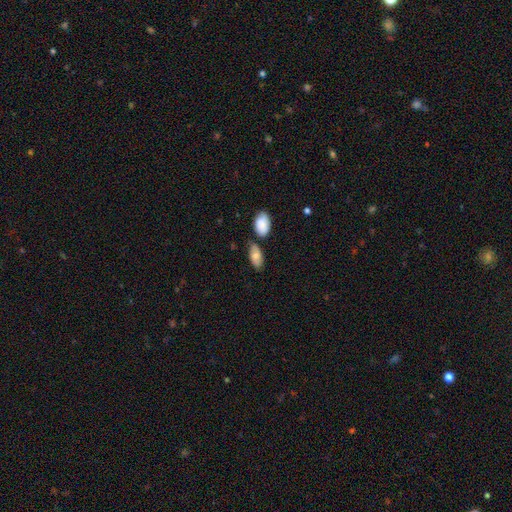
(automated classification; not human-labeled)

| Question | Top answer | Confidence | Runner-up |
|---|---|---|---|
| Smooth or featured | smooth | 77% | featured or disk (16%) |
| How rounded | in between | 92% | cigar-shaped (5%) |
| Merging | none | 63% | minor disturbance (17%) |